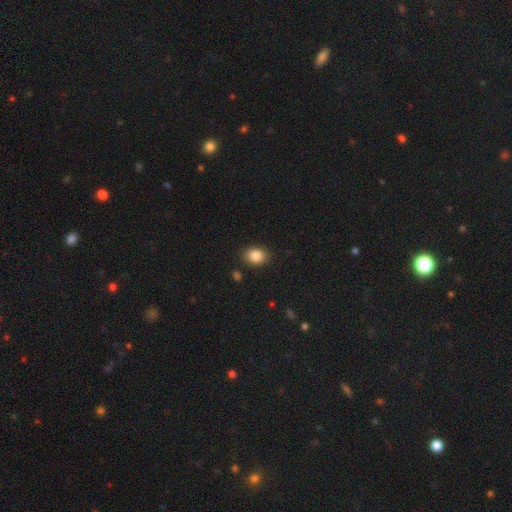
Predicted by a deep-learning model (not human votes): This appears to be a smooth galaxy with no disk features (85%) that is in between round and cigar-shaped (58%). Merging: none (87%).